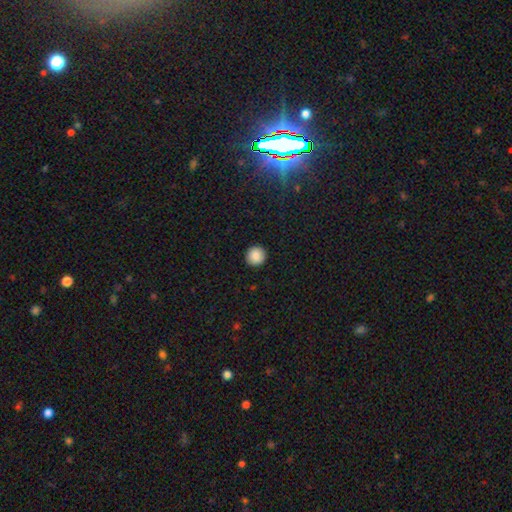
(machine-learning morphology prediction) Smooth or featured? Predicted: smooth (p=0.88). How rounded? Predicted: round (p=0.95). Merging? Predicted: none (p=0.93).